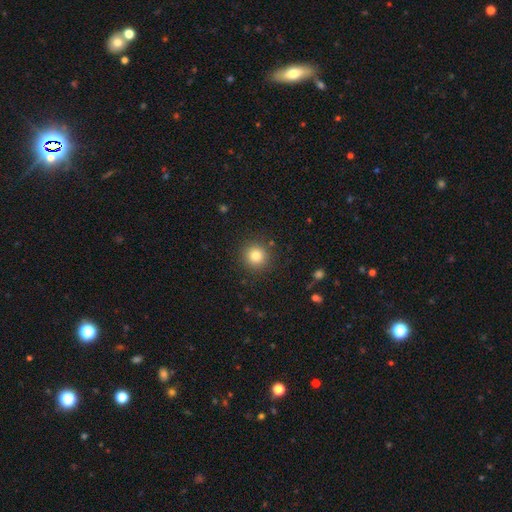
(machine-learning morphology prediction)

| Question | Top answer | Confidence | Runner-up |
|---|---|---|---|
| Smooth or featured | smooth | 81% | star or artifact (12%) |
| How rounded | round | 94% | in between (5%) |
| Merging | none | 90% | minor disturbance (7%) |